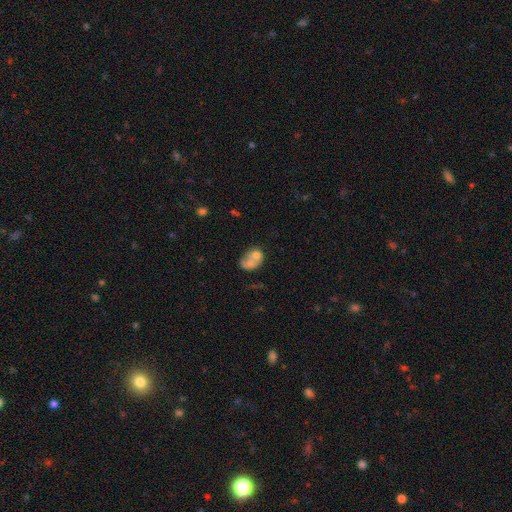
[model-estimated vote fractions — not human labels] A smooth galaxy with no disk features (57%) that is in between round and cigar-shaped (63%). Merging: merger (44%).